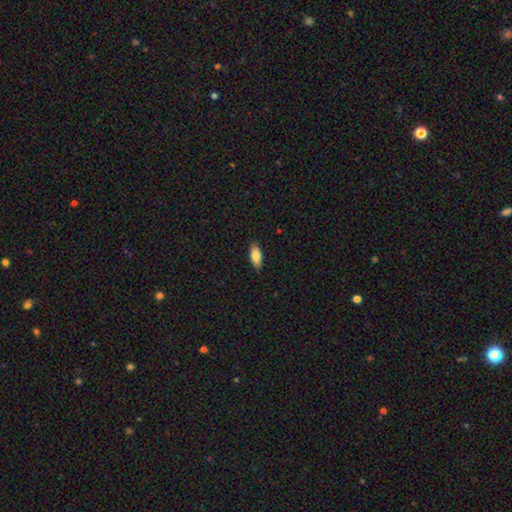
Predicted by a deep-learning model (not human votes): A smooth galaxy with no disk features (83%) that is in between round and cigar-shaped (83%). Merging: none (87%).